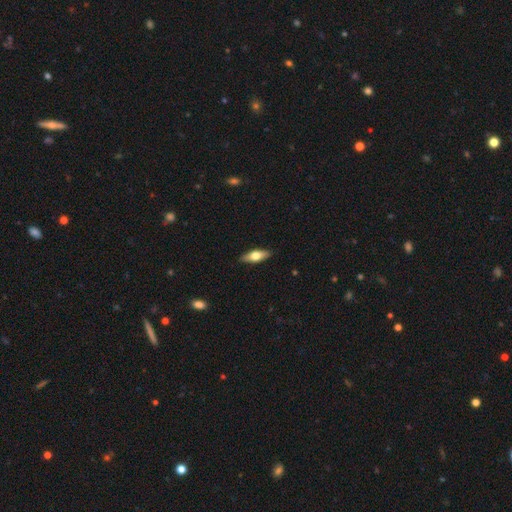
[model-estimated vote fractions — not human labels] smooth-or-featured: smooth: 58% | featured or disk: 36% | star or artifact: 6%
  how-rounded: in between: 64% | cigar-shaped: 33% | round: 3%
  merging: none: 88% | minor disturbance: 9% | major disturbance: 2% | merger: 1%